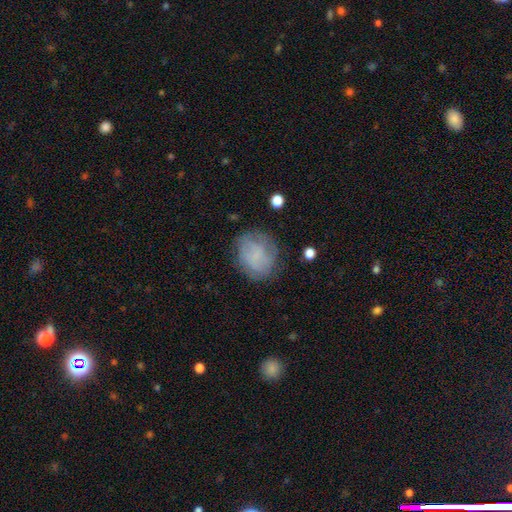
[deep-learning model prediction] This is possibly a smooth galaxy (58%). How rounded: likely round (67%). Merging: likely none (70%).